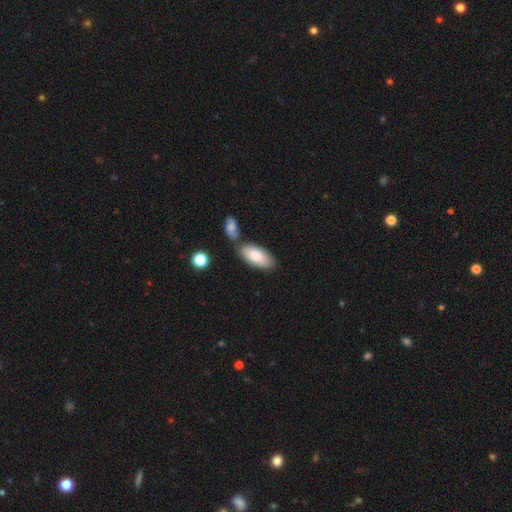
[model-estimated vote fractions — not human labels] smooth 83%, featured or disk 12%, star or artifact 6%. Down the decision tree: how rounded — in between (91%); merging — none (62%).